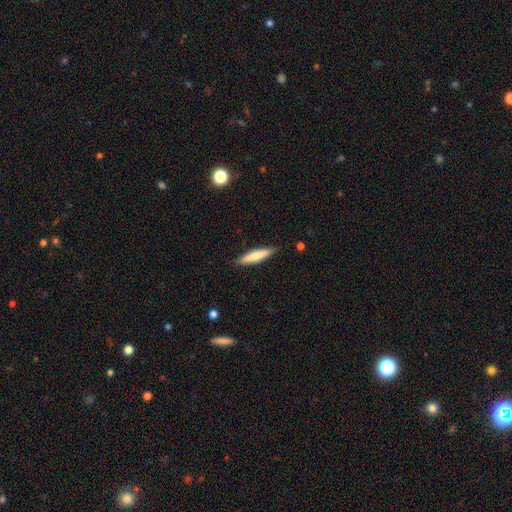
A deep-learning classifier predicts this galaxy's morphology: Overall: smooth (67%). How rounded: cigar-shaped (83%). Merging: none (88%).